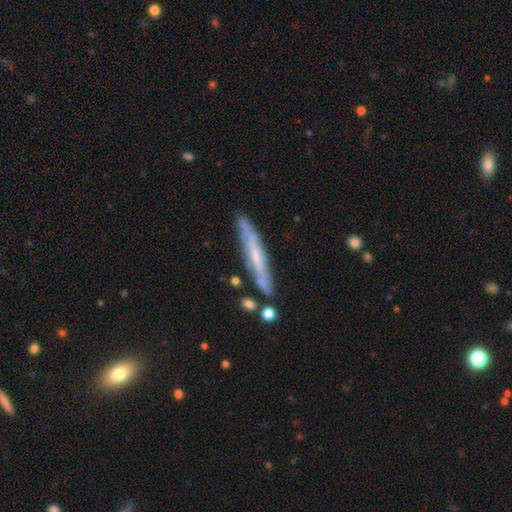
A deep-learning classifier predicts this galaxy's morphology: smooth_or_featured: featured or disk (p=0.62) [alt: smooth p=0.31]
disk_edge_on: yes (p=0.76) [alt: no p=0.24]
merging: none (p=0.77) [alt: minor disturbance p=0.15]